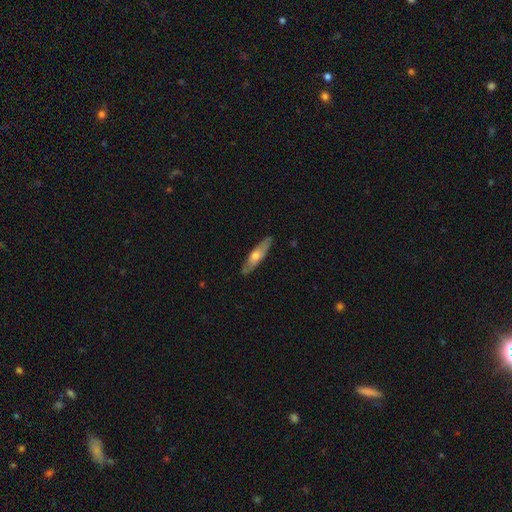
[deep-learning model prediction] The model was most divided on "smooth or featured": smooth: 50%, featured or disk: 45%, star or artifact: 5%. More confident: merging — none (82%).